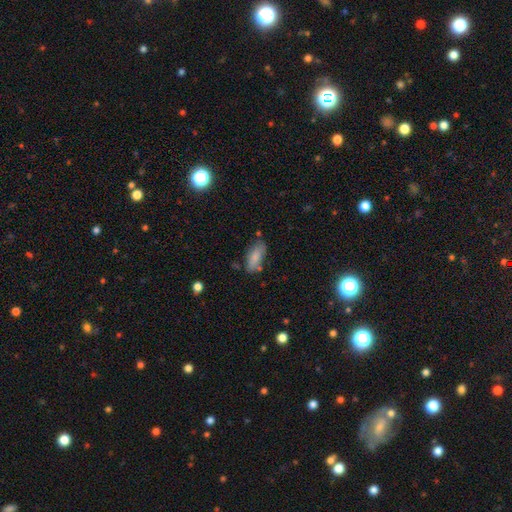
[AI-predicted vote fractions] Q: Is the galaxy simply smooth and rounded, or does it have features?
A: smooth — 72%.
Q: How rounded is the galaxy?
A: in between — 77%.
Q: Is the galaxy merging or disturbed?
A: none — 72%.